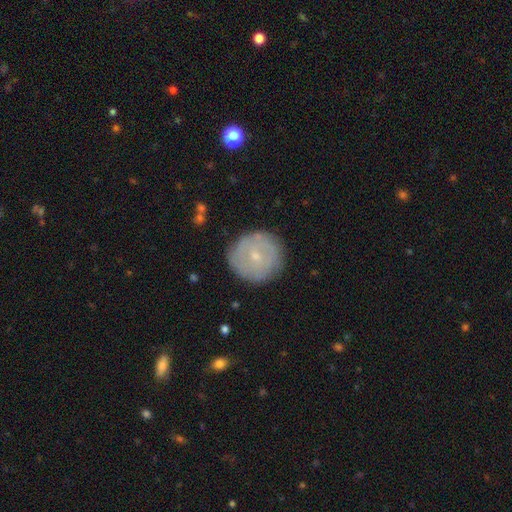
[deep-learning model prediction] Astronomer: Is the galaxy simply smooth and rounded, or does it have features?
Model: featured or disk — 48% (runner-up: smooth, 44%).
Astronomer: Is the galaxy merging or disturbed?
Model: none — 86%.